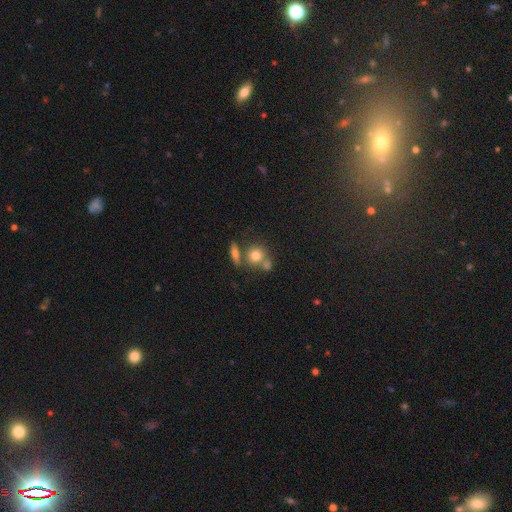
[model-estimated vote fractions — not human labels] smooth-or-featured: smooth: 74% | featured or disk: 15% | star or artifact: 11%
  how-rounded: round: 80% | in between: 18% | cigar-shaped: 2%
  merging: none: 53% | merger: 32% | minor disturbance: 11% | major disturbance: 4%